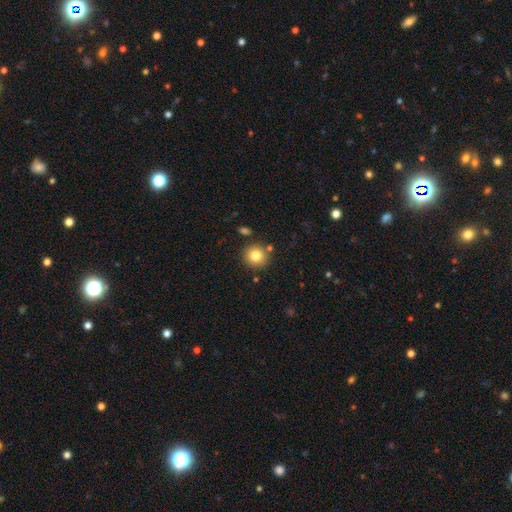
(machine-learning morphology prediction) smooth 81%, star or artifact 11%, featured or disk 8%. Down the decision tree: how rounded — round (92%); merging — none (84%).